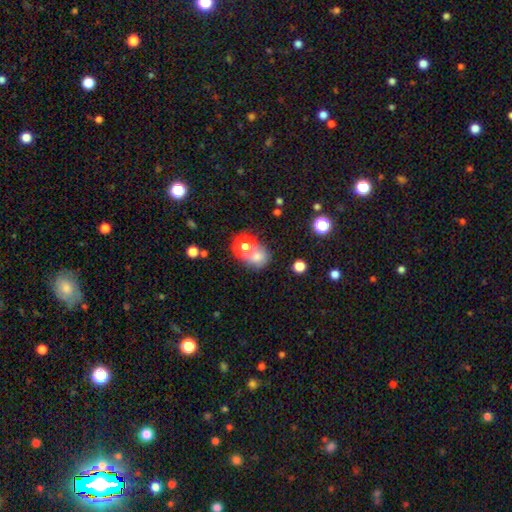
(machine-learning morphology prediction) Q: Smooth or featured?
A: smooth (70%); runner-up: star or artifact (18%)
Q: How rounded?
A: round (74%); runner-up: in between (25%)
Q: Merging?
A: none (46%); runner-up: merger (37%)